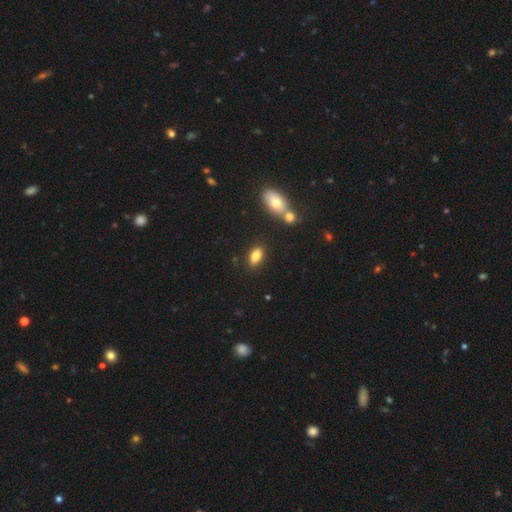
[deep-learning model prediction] This is clearly a smooth galaxy (82%). How rounded: clearly in between (88%). Merging: clearly none (80%).